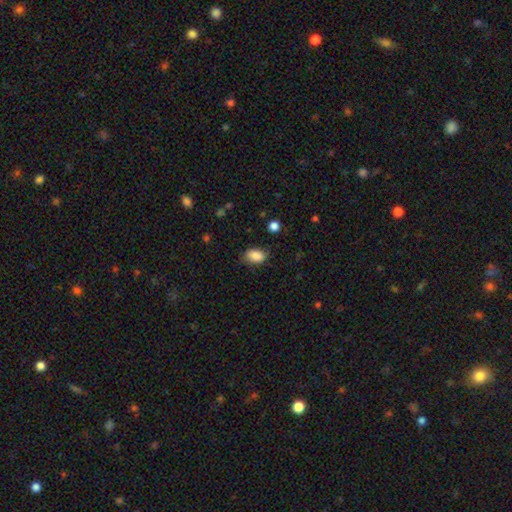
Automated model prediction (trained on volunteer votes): Smooth or featured? smooth (86%)
How rounded? in between (85%)
Merging? none (71%)